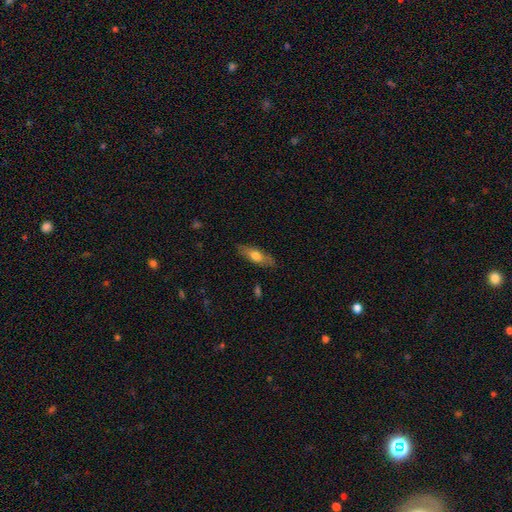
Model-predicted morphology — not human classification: Smooth or featured? Predicted: smooth (p=0.62). How rounded? Predicted: in between (p=0.60). Merging? Predicted: none (p=0.82).